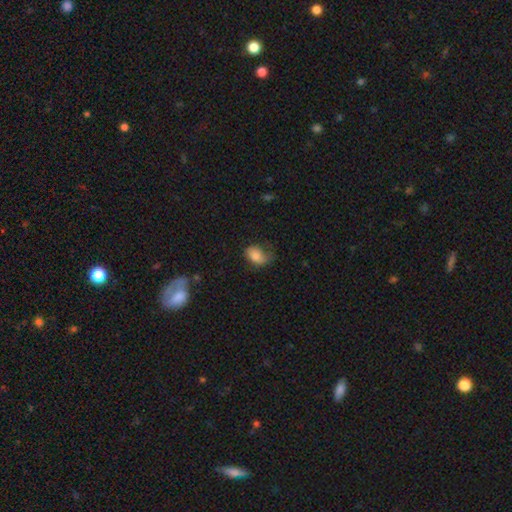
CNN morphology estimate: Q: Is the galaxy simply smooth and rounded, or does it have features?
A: smooth — 78%.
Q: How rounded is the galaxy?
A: in between — 80%.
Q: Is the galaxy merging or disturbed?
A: none — 41%.